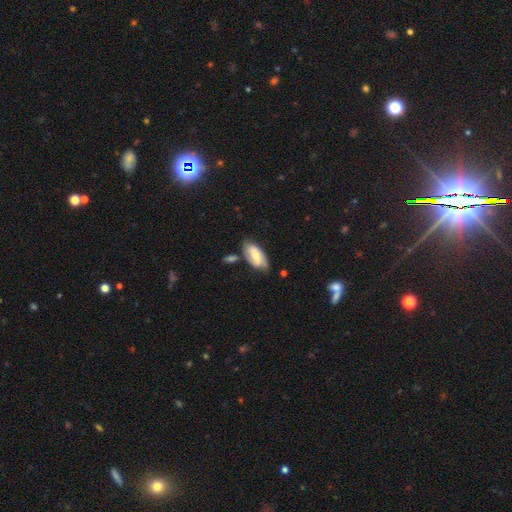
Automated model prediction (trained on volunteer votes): Smooth or featured: smooth — 52% (featured or disk — 41%)
How rounded: in between — 91% (cigar-shaped — 7%)
Merging: none — 66% (minor disturbance — 21%)